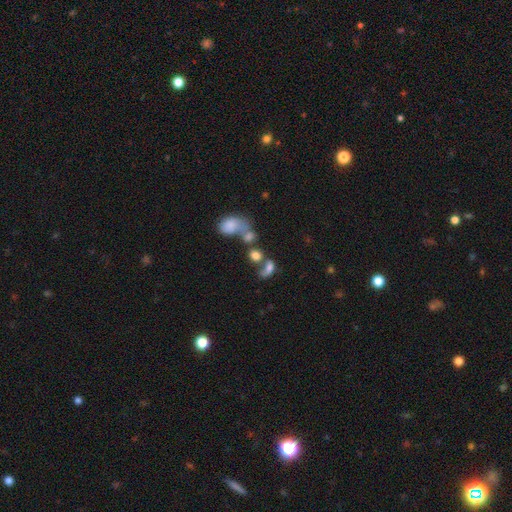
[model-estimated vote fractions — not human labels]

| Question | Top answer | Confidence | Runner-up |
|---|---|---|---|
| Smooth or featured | smooth | 67% | featured or disk (17%) |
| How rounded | in between | 56% | round (41%) |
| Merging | merger | 46% | none (28%) |